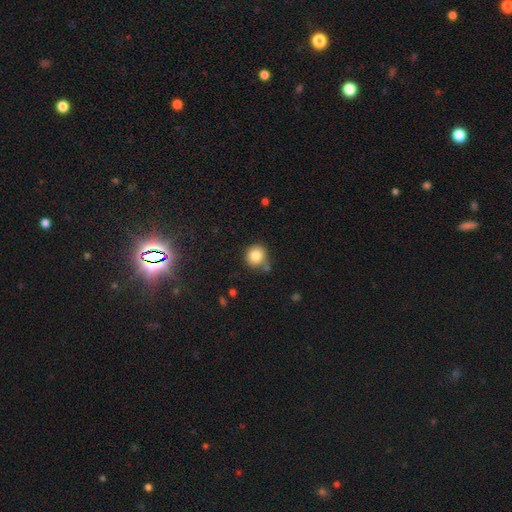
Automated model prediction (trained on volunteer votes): A smooth galaxy with no disk features (82%) that is round (91%). Merging: none (74%).